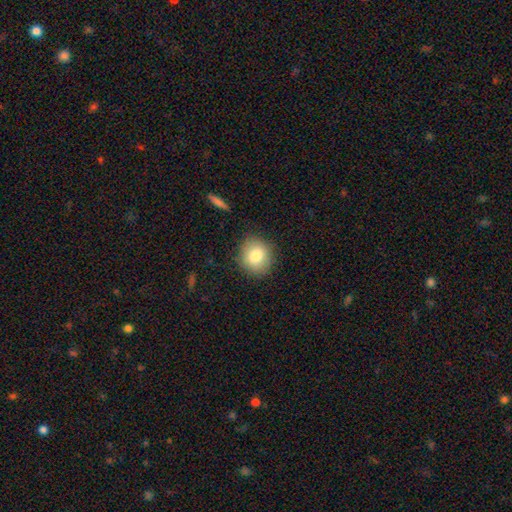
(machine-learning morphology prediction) Smooth or featured? smooth (81%)
How rounded? round (81%)
Merging? none (86%)